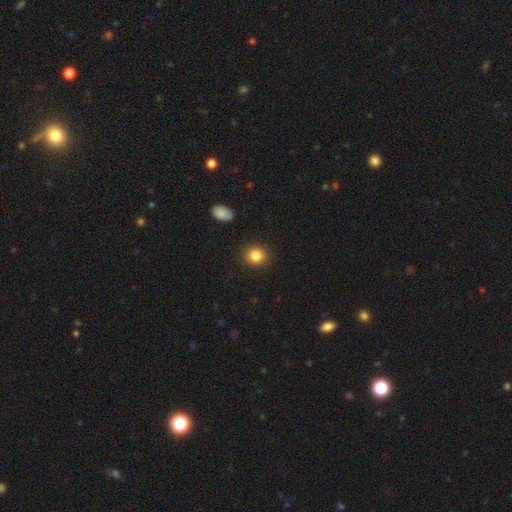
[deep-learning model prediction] This appears to be a smooth galaxy with no disk features (85%) that is round (85%). Merging: none (91%).